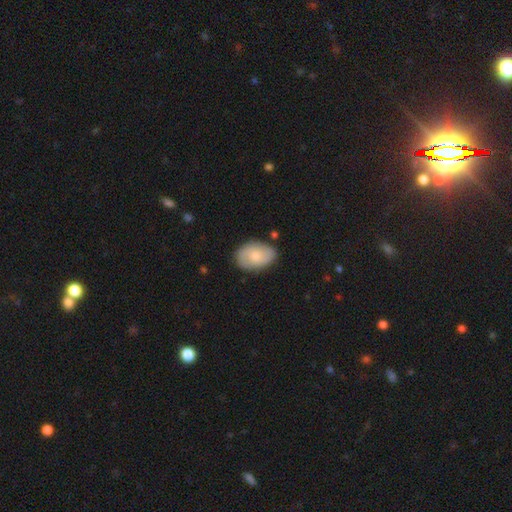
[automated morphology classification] type=smooth (62%); roundness=in between (82%); merging=none (79%).